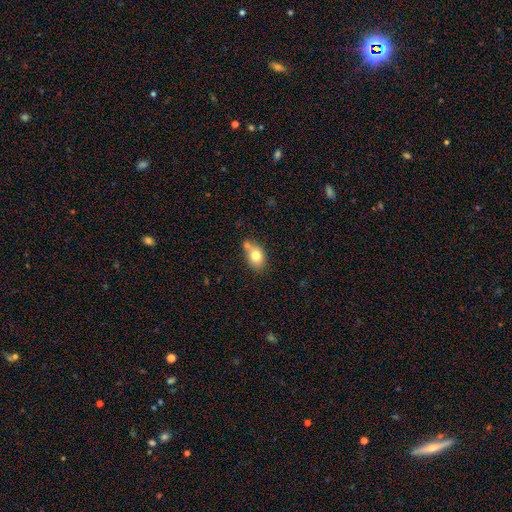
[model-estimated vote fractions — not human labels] A smooth galaxy with no disk features (78%) that is in between round and cigar-shaped (73%).

Vote fractions:
- Smooth or featured? smooth: 78% / featured or disk: 13% / star or artifact: 9%
- How rounded? in between: 73% / round: 25% / cigar-shaped: 2%
- Merging? none: 54% / merger: 25% / minor disturbance: 17% / major disturbance: 4%